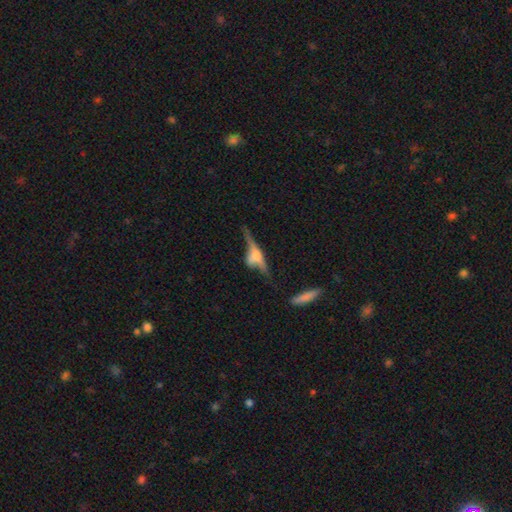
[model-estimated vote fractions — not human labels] Smooth or featured: featured or disk — 67% (smooth — 23%)
Edge-on disk: yes — 88% (no — 12%)
Edge-on bulge: rounded — 78% (boxy — 14%)
Merging: none — 48% (minor disturbance — 21%)